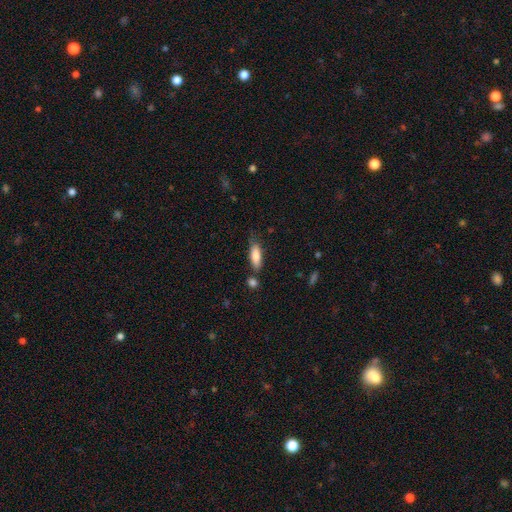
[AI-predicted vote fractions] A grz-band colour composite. It shows a smooth galaxy with no disk features (82%) that is in between round and cigar-shaped (57%). Merging: none (61%).